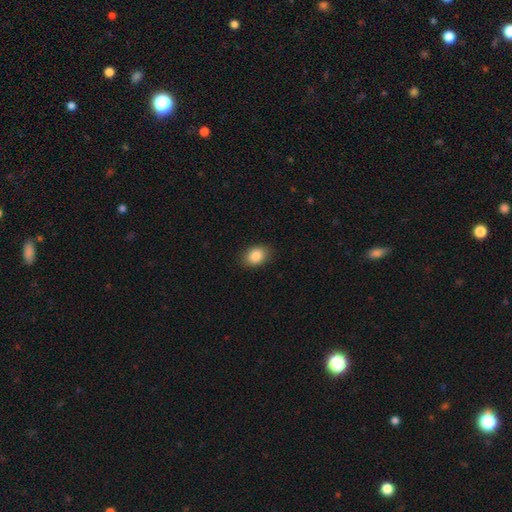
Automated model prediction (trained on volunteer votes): Smooth or featured: smooth — 87% (star or artifact — 8%)
How rounded: in between — 71% (round — 28%)
Merging: none — 87% (minor disturbance — 10%)